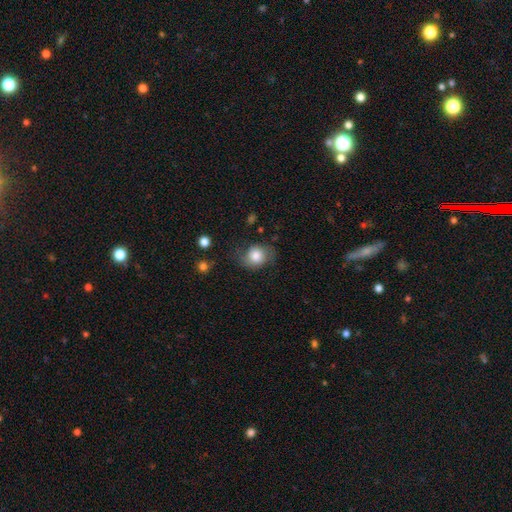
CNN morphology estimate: smooth_or_featured: smooth (p=0.67) [alt: featured or disk p=0.25]
how_rounded: round (p=0.67) [alt: in between p=0.32]
merging: none (p=0.62) [alt: minor disturbance p=0.24]